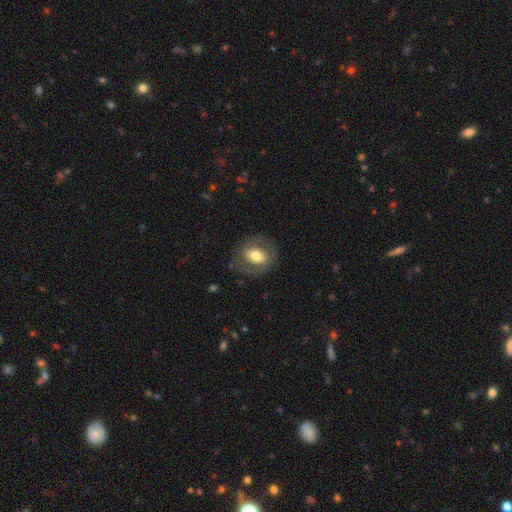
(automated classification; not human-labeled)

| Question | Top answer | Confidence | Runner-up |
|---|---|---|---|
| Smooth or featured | smooth | 52% | featured or disk (41%) |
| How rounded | in between | 52% | round (46%) |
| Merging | none | 75% | minor disturbance (14%) |